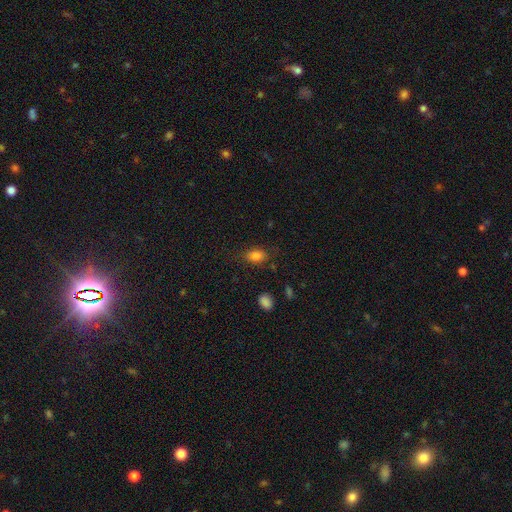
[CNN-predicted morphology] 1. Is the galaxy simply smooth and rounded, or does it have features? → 83% smooth, 10% star or artifact, 7% featured or disk.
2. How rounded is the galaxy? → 83% in between, 15% round, 3% cigar-shaped.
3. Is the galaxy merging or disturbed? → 76% none, 17% minor disturbance, 6% major disturbance, 2% merger.